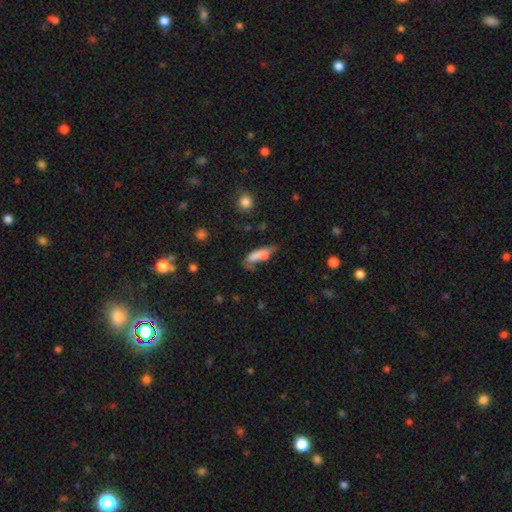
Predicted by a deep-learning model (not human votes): Overall: smooth (67%). How rounded: in between (52%; cigar-shaped 44%). Merging: none (29%; major disturbance 24%).